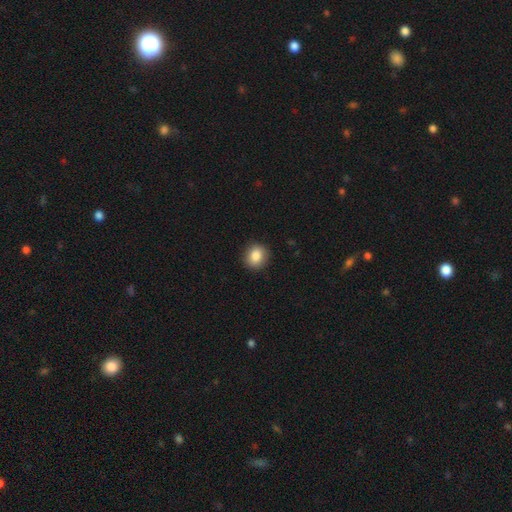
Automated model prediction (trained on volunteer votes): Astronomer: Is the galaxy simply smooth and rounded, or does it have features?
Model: smooth — 86%.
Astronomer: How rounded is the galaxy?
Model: round — 77%.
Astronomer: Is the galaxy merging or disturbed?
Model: none — 89%.